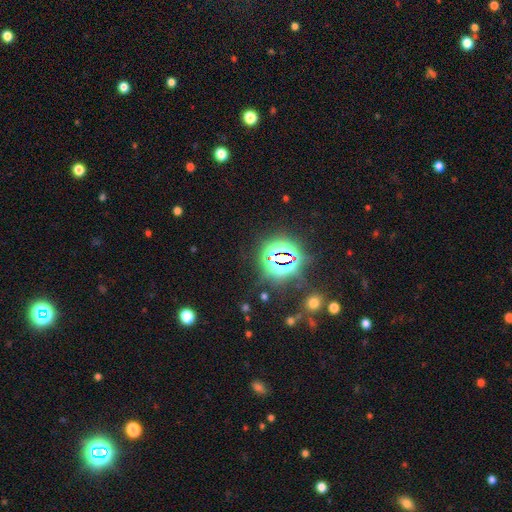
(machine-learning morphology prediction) A star or artifact, not a galaxy (82%).